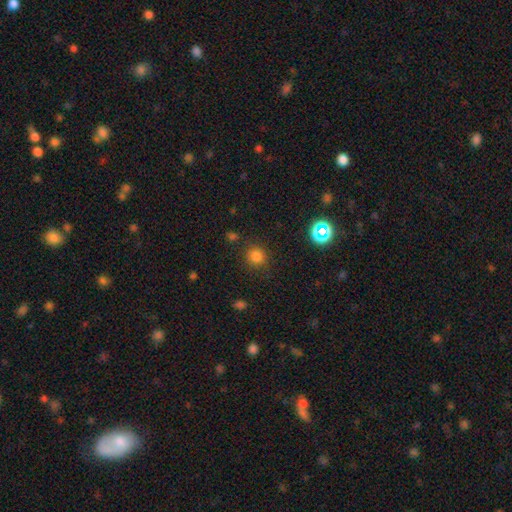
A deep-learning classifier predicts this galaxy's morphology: A smooth galaxy with no disk features (78%) that is round (90%).

Vote fractions:
- Smooth or featured? smooth: 78% / star or artifact: 17% / featured or disk: 5%
- How rounded? round: 90% / in between: 9% / cigar-shaped: 1%
- Merging? none: 85% / minor disturbance: 9% / major disturbance: 4% / merger: 2%